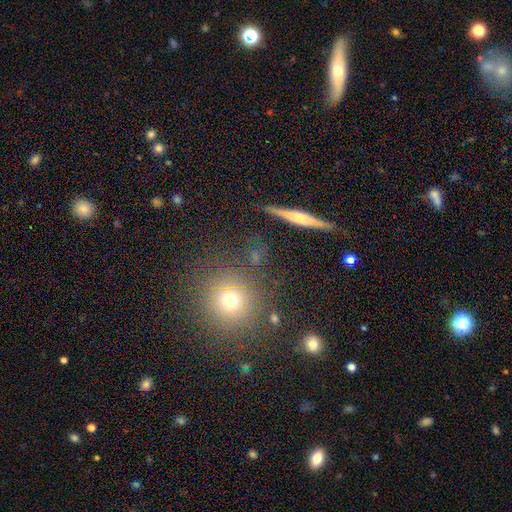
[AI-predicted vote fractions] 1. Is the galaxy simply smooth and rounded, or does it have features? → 47% smooth, 30% featured or disk, 23% star or artifact.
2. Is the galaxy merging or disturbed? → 83% none, 9% minor disturbance, 4% merger, 4% major disturbance.